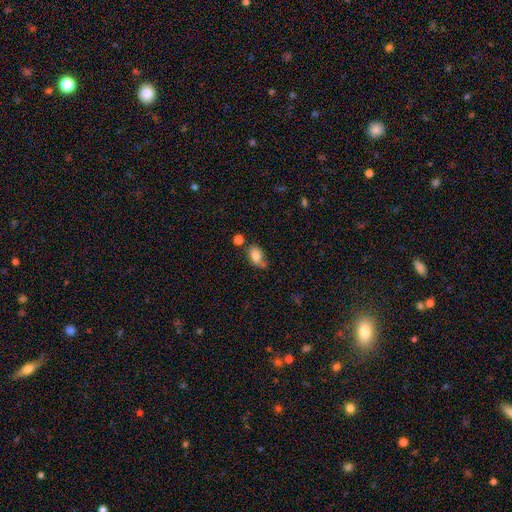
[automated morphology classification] Smooth or featured: smooth — 79% (featured or disk — 11%)
How rounded: in between — 83% (round — 15%)
Merging: none — 46% (minor disturbance — 29%)